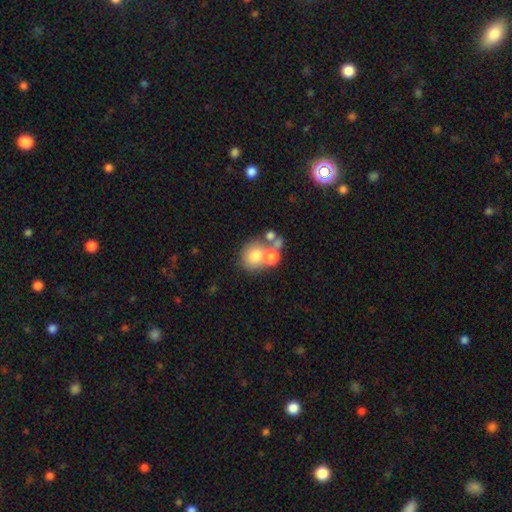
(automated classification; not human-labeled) Smooth or featured? Predicted: smooth (p=0.67). How rounded? Predicted: round (p=0.74). Merging? Predicted: merger (p=0.48).